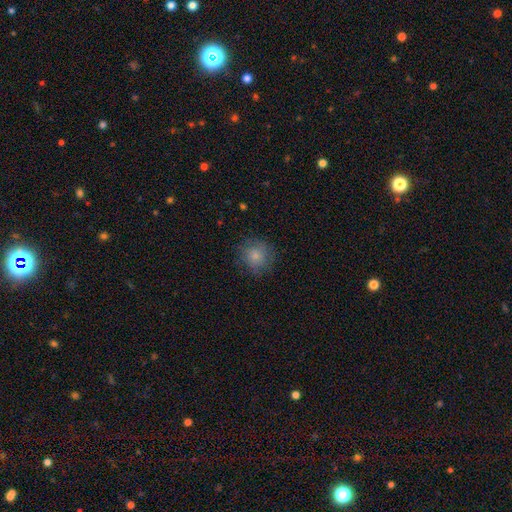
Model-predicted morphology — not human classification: A smooth galaxy with no disk features (79%) that is round (89%).

Vote fractions:
- Smooth or featured? smooth: 79% / featured or disk: 13% / star or artifact: 8%
- How rounded? round: 89% / in between: 10% / cigar-shaped: 1%
- Merging? none: 78% / minor disturbance: 16% / major disturbance: 6% / merger: 1%